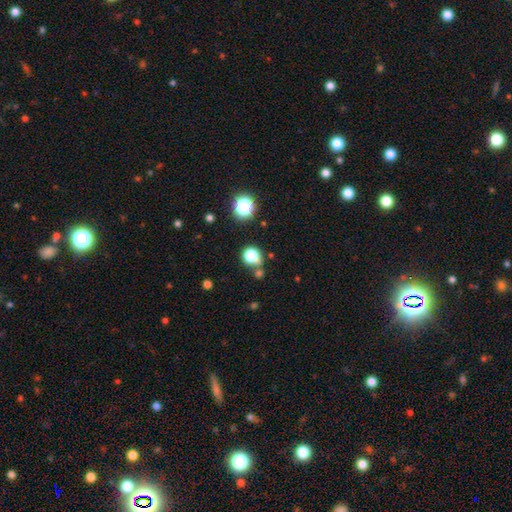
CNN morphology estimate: Smooth or featured?
  - smooth: 67% *
  - star or artifact: 26%
  - featured or disk: 7%
How rounded?
  - round: 80% *
  - in between: 19%
  - cigar-shaped: 1%
Merging?
  - none: 69% *
  - merger: 15%
  - minor disturbance: 11%
  - major disturbance: 5%